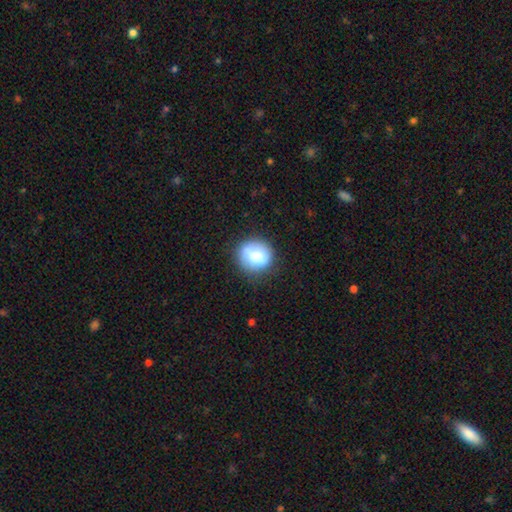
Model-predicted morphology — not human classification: type=smooth (74%); roundness=round (86%); merging=none (74%).